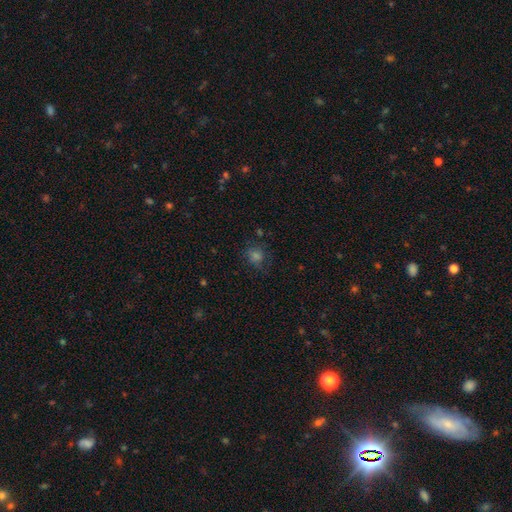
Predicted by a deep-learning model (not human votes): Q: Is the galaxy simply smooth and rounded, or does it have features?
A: smooth — 61%.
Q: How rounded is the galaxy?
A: round — 79%.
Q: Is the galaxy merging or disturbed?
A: none — 74%.